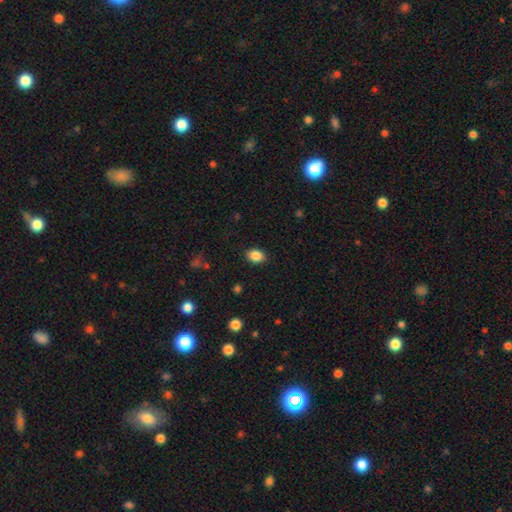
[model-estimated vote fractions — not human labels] The model was most divided on "how rounded": in between: 69%, round: 30%, cigar-shaped: 1%. More confident: merging — none (88%); smooth or featured — smooth (87%).